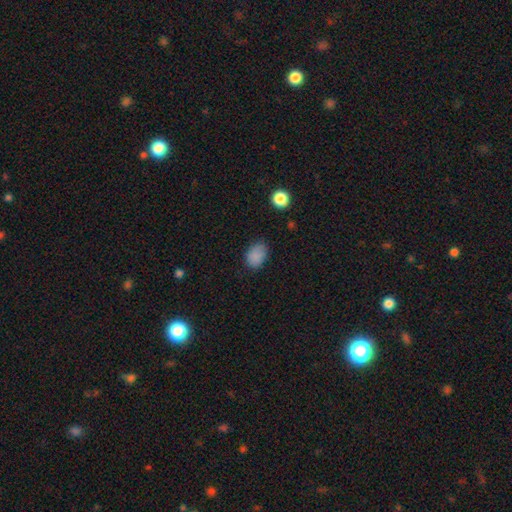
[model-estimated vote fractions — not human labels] smooth 86%, star or artifact 10%, featured or disk 4%. Down the decision tree: how rounded — in between (78%); merging — none (77%).